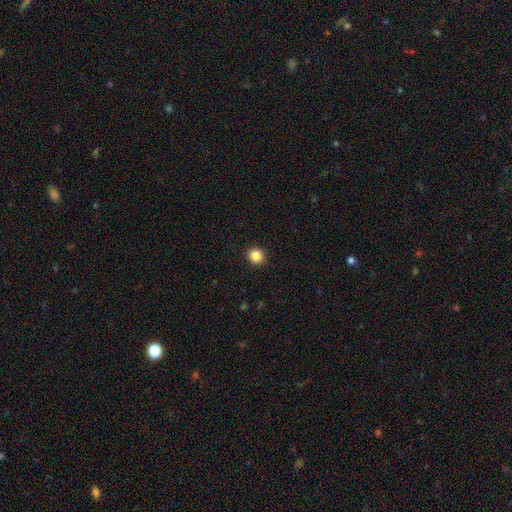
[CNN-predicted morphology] Smooth or featured? smooth (85%)
How rounded? round (85%)
Merging? none (92%)